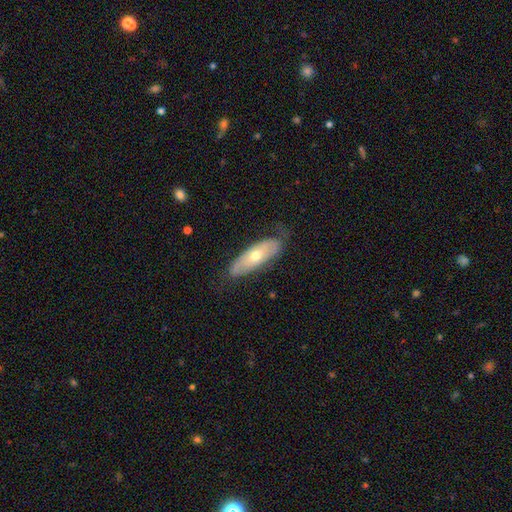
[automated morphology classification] type=featured or disk (50%); edge-on=no (72%); merging=none (70%).